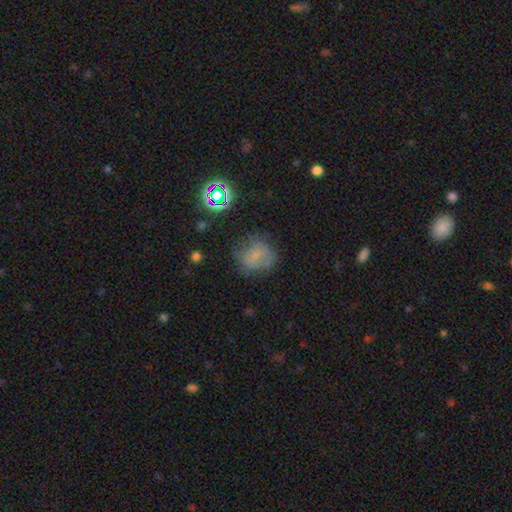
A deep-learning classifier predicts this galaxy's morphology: Q: Smooth or featured?
A: smooth (59%); runner-up: featured or disk (21%)
Q: How rounded?
A: round (69%); runner-up: in between (30%)
Q: Merging?
A: none (57%); runner-up: minor disturbance (25%)